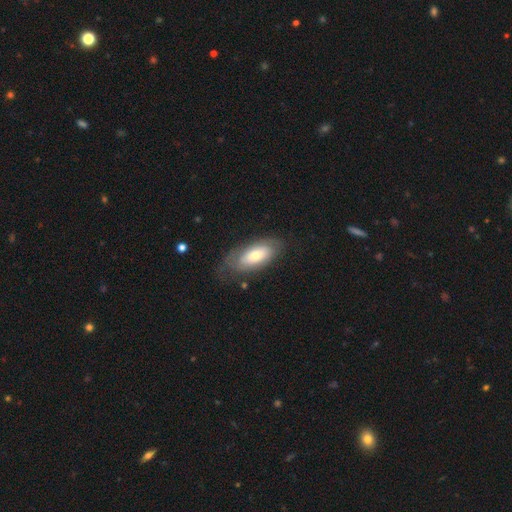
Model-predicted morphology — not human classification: Smooth or featured: smooth — 58% (featured or disk — 36%)
How rounded: in between — 88% (cigar-shaped — 9%)
Merging: none — 66% (minor disturbance — 22%)